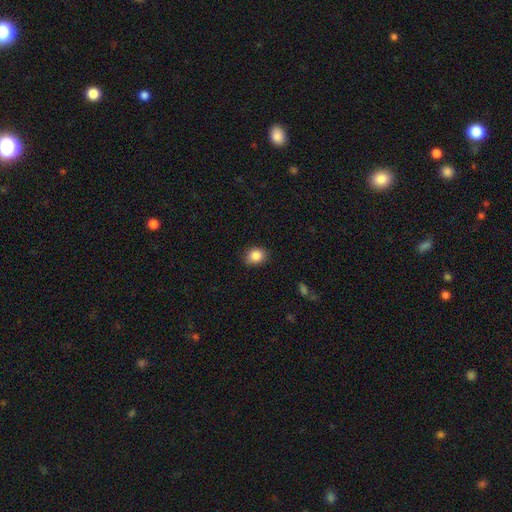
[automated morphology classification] A smooth galaxy with no disk features (87%) that is round (52%). Merging: none (84%).